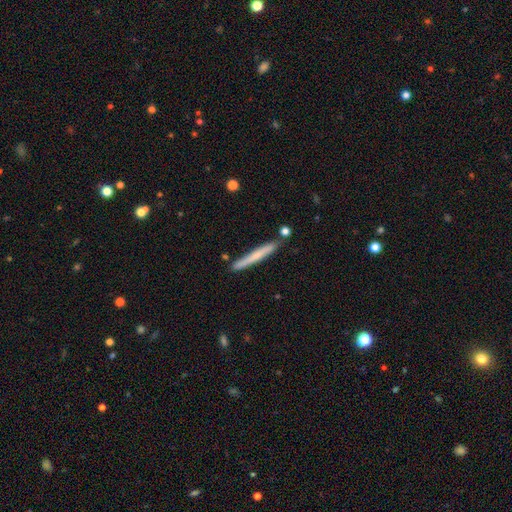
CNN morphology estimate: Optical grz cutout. It shows a smooth galaxy with no disk features (55%) that is cigar-shaped (97%). Merging: none (83%).